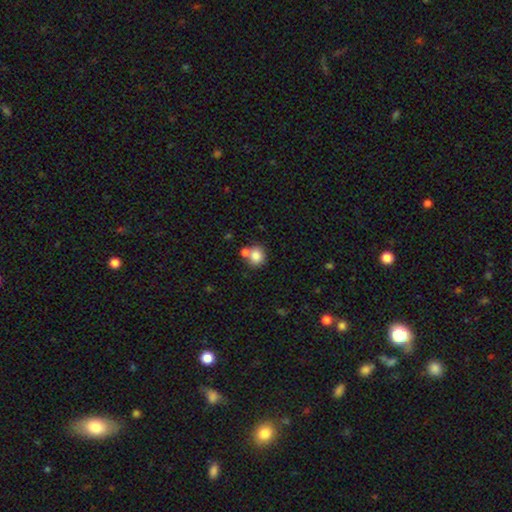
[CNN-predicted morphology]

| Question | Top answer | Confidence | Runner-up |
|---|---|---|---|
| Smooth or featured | smooth | 81% | star or artifact (10%) |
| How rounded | round | 76% | in between (23%) |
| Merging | none | 56% | merger (30%) |